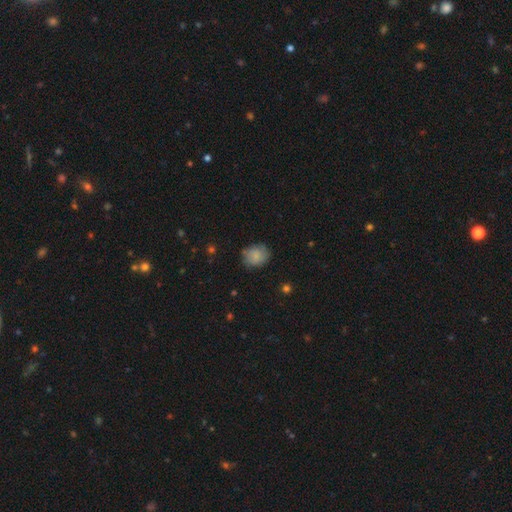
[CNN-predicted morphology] Smooth or featured: smooth — 81% (featured or disk — 11%)
How rounded: round — 63% (in between — 36%)
Merging: none — 75% (minor disturbance — 20%)